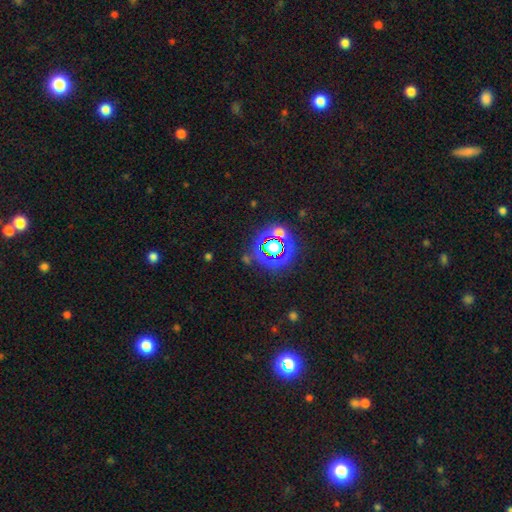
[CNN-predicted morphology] smooth_or_featured: star or artifact (p=0.76) [alt: smooth p=0.17]